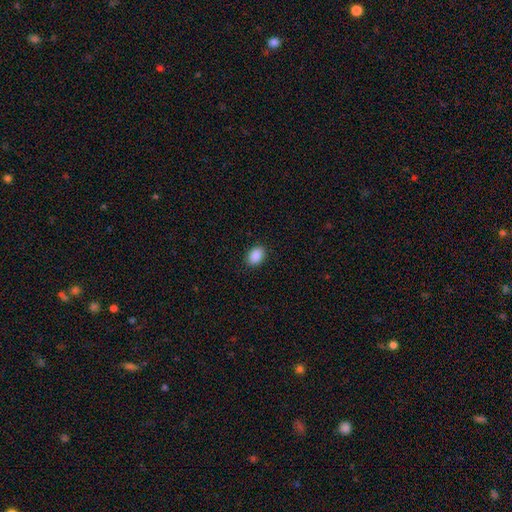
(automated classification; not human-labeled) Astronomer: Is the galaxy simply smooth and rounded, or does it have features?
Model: smooth — 90%.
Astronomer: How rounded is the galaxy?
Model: in between — 79%.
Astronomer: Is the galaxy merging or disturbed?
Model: none — 90%.